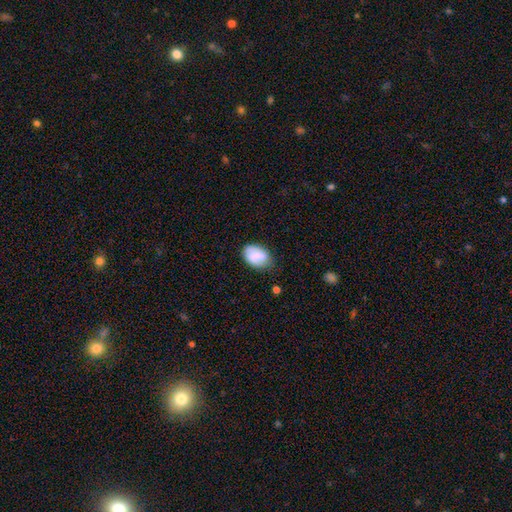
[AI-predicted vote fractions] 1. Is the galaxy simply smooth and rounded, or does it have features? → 78% smooth, 15% featured or disk, 7% star or artifact.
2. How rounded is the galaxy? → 83% in between, 15% round, 1% cigar-shaped.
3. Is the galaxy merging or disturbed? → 69% none, 24% minor disturbance, 5% major disturbance, 2% merger.